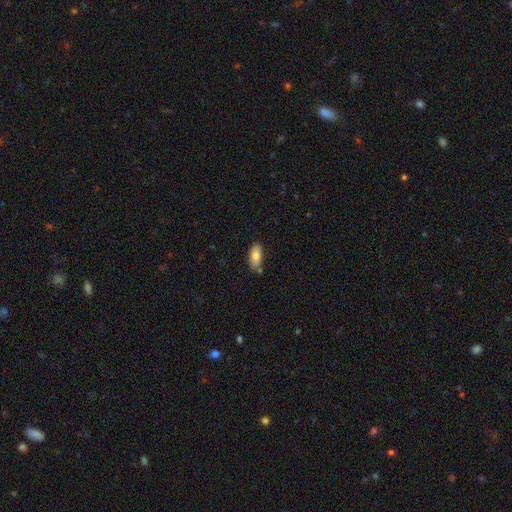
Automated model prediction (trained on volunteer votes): smooth_or_featured: smooth (p=0.78) [alt: featured or disk p=0.15]
how_rounded: in between (p=0.87) [alt: cigar-shaped p=0.11]
merging: none (p=0.80) [alt: minor disturbance p=0.13]